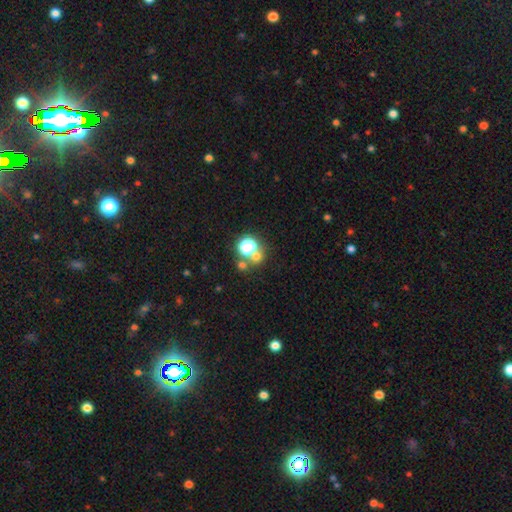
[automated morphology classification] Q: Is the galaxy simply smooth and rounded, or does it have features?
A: smooth — 53%.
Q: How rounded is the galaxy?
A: round — 85%.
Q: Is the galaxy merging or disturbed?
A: none — 63%.